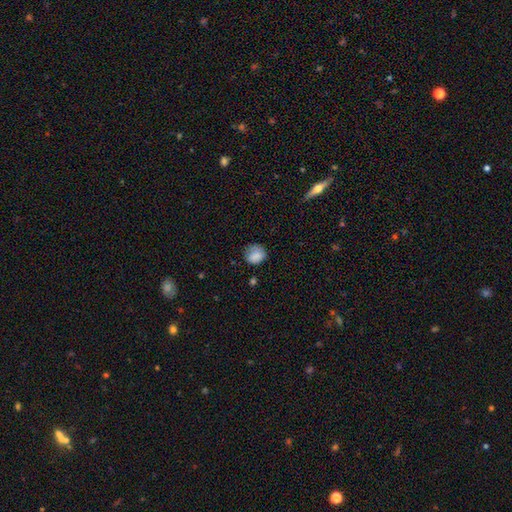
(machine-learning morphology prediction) Smooth or featured: smooth — 83% (star or artifact — 9%)
How rounded: round — 71% (in between — 28%)
Merging: none — 63% (minor disturbance — 27%)